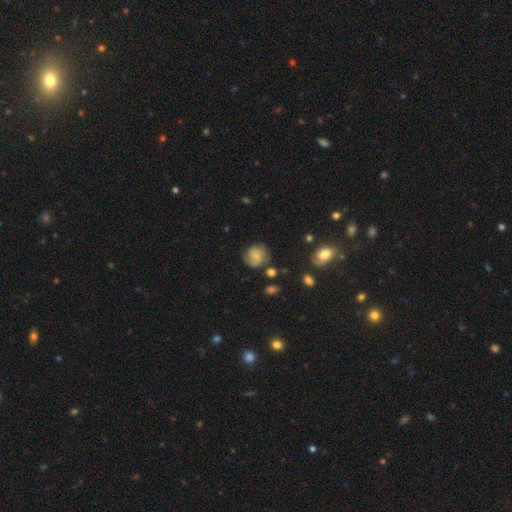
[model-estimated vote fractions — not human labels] Overall: smooth (57%; featured or disk 33%). How rounded: round (79%). Merging: none (65%).